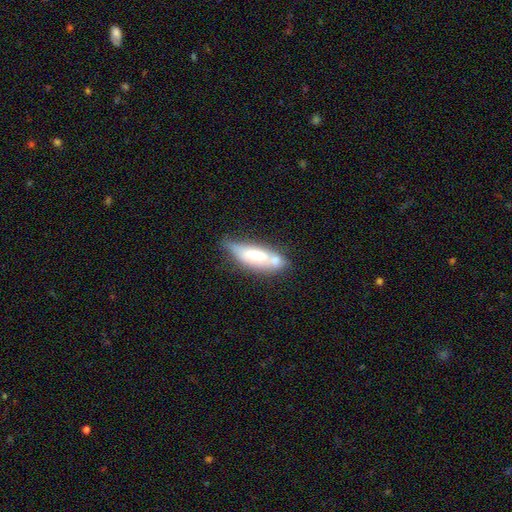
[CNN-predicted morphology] type=smooth (53%); roundness=in between (52%); merging=none (38%).